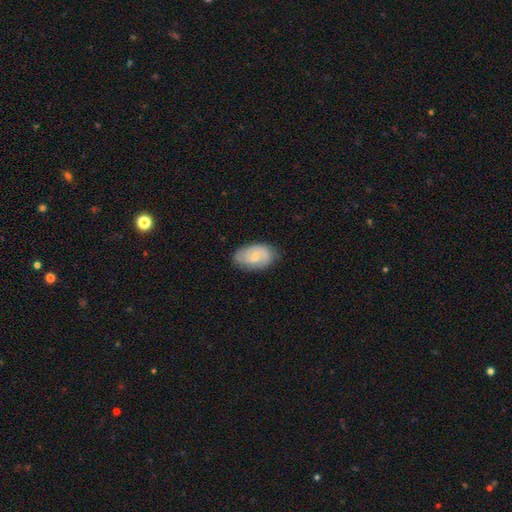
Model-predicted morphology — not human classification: Overall: featured or disk (55%; smooth 38%). Edge-on disk: no (96%). Bar: no (47%; weak 46%). Spiral arms: yes (86%). Bulge size: small (61%; moderate 31%). Merging: none (76%).